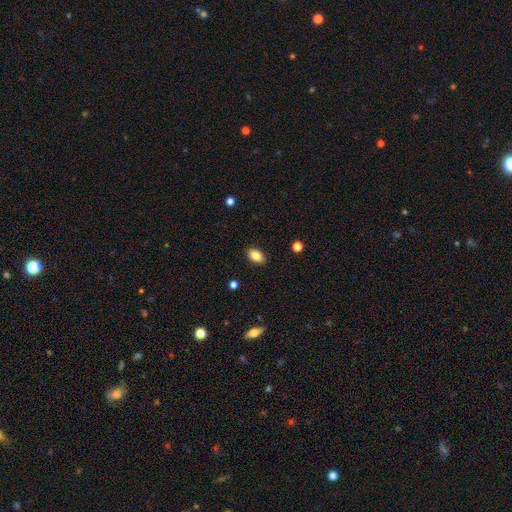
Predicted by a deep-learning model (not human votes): Overall: smooth (84%). How rounded: in between (90%). Merging: none (89%).